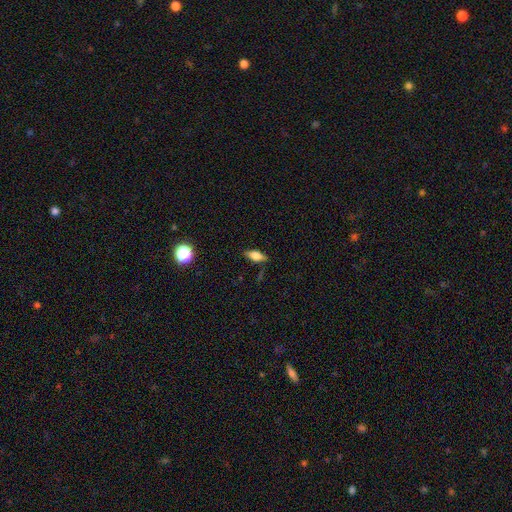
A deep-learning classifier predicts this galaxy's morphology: Smooth or featured?
  - smooth: 65% *
  - featured or disk: 26%
  - star or artifact: 10%
How rounded?
  - in between: 78% *
  - cigar-shaped: 17%
  - round: 5%
Merging?
  - none: 82% *
  - minor disturbance: 13%
  - major disturbance: 3%
  - merger: 2%